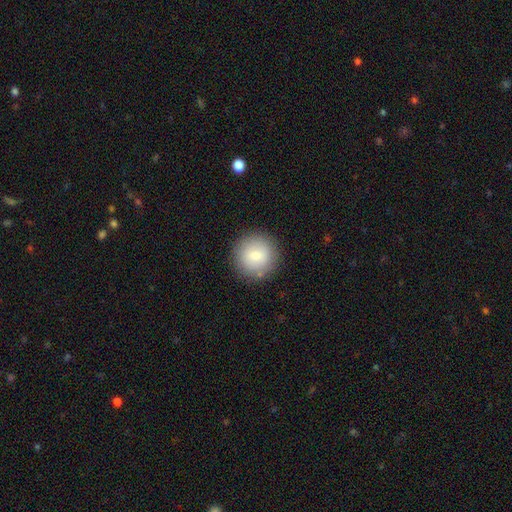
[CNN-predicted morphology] smooth-or-featured: smooth: 81% | featured or disk: 10% | star or artifact: 8%
  how-rounded: round: 95% | in between: 4% | cigar-shaped: 1%
  merging: none: 88% | minor disturbance: 8% | major disturbance: 3% | merger: 2%